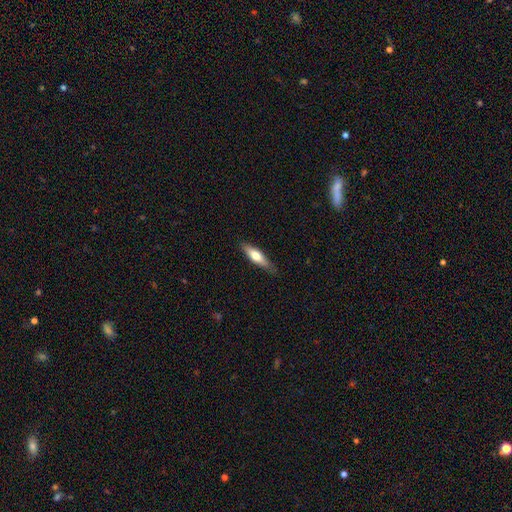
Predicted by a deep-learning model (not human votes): Morphology: type=smooth (60%); roundness=cigar-shaped (62%); merging=none (82%).